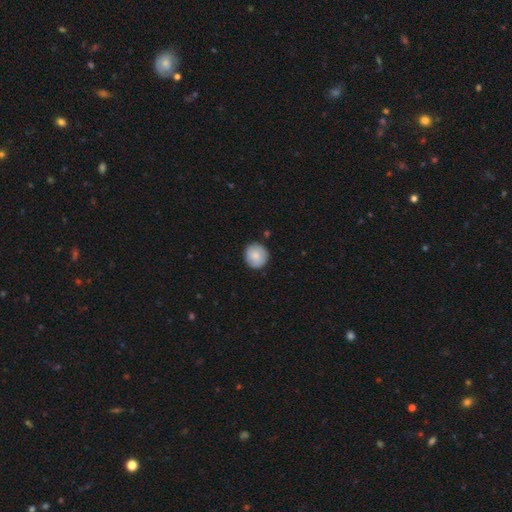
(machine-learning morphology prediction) The model was most divided on "smooth or featured": smooth: 83%, featured or disk: 11%, star or artifact: 7%. More confident: how rounded — round (91%); merging — none (88%).